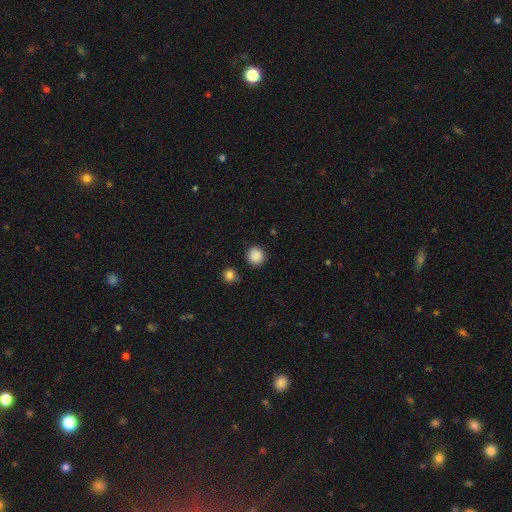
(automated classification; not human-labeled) smooth-or-featured: smooth: 88% | star or artifact: 9% | featured or disk: 3%
  how-rounded: round: 91% | in between: 8% | cigar-shaped: 1%
  merging: none: 87% | minor disturbance: 8% | major disturbance: 3% | merger: 2%